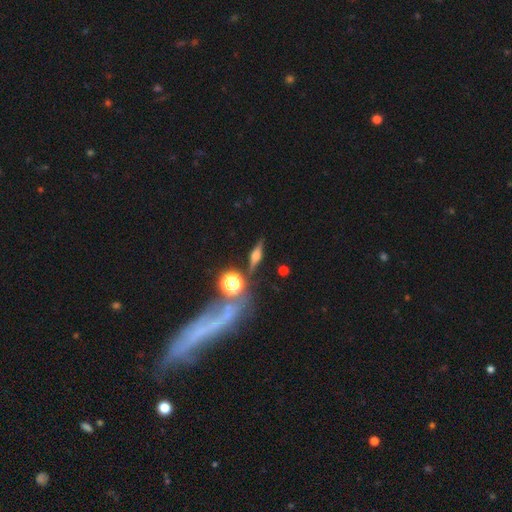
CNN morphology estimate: A featured or disk galaxy (62%) viewed edge-on (92%) with a rounded central bulge (92%).

Vote fractions:
- Smooth or featured? featured or disk: 62% / smooth: 23% / star or artifact: 14%
- Edge-on disk? yes: 92% / no: 8%
- Edge-on bulge? rounded: 92% / boxy: 6% / none: 2%
- Merging? none: 82% / minor disturbance: 10% / merger: 4% / major disturbance: 4%